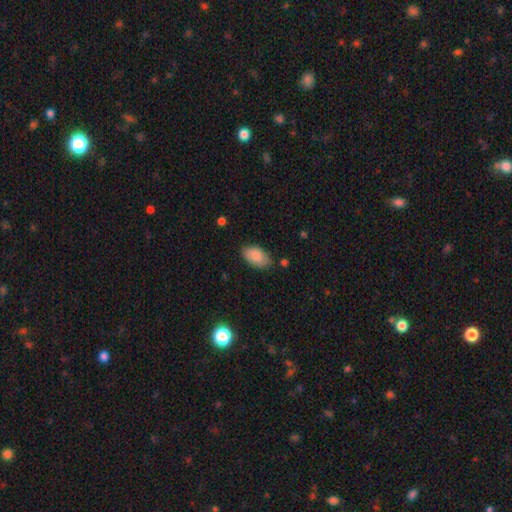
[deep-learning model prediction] Smooth or featured: smooth — 87% (star or artifact — 7%)
How rounded: in between — 93% (round — 5%)
Merging: none — 76% (minor disturbance — 18%)